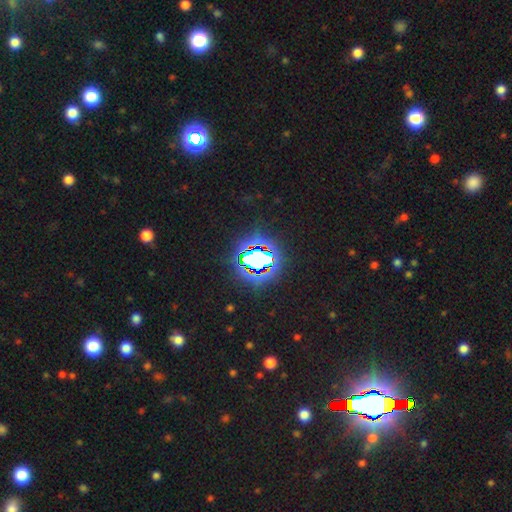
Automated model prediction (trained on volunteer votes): This is likely a star or artifact rather than a galaxy (76%).